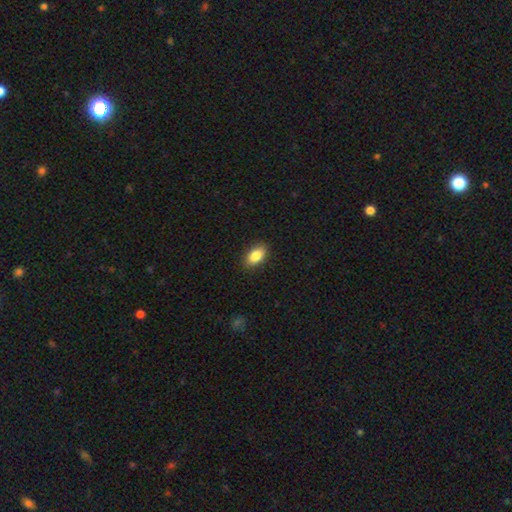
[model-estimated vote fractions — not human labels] smooth-or-featured: smooth: 86% | star or artifact: 7% | featured or disk: 6%
  how-rounded: in between: 90% | round: 7% | cigar-shaped: 3%
  merging: none: 89% | minor disturbance: 8% | major disturbance: 2% | merger: 1%